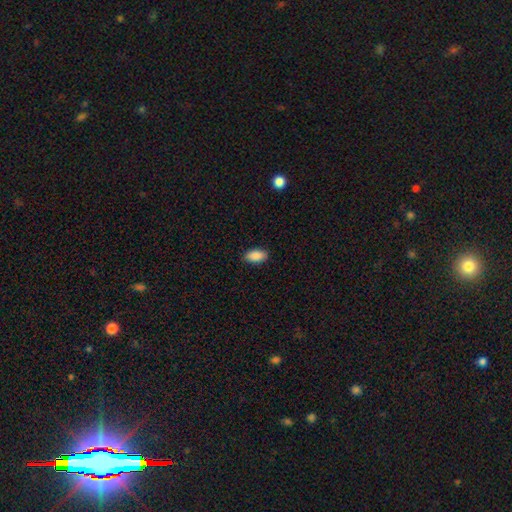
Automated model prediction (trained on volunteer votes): Smooth or featured? smooth (90%)
How rounded? in between (93%)
Merging? none (87%)